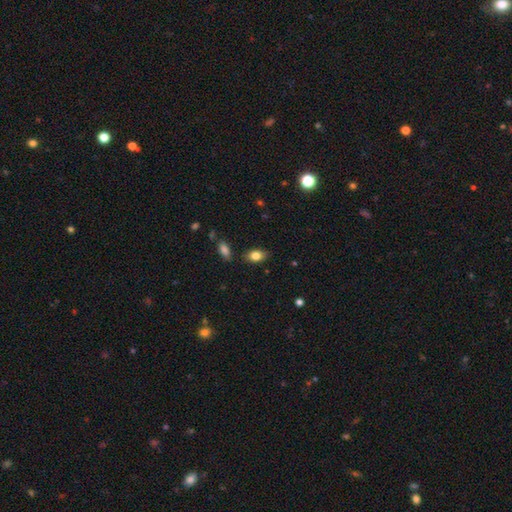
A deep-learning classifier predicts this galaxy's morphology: This appears to be a smooth galaxy with no disk features (82%) that is in between round and cigar-shaped (87%). Merging: none (83%).